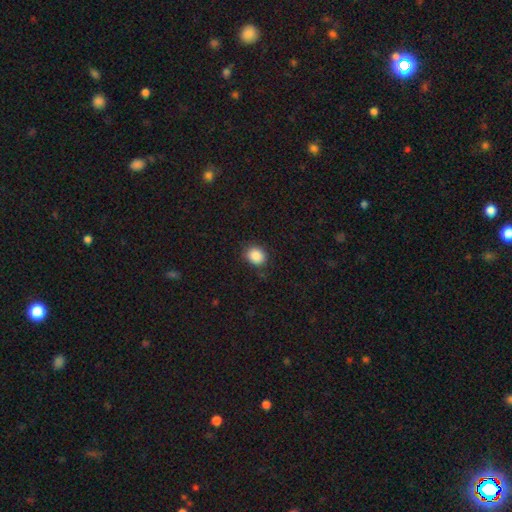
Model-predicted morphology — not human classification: This is clearly a smooth galaxy (88%). How rounded: likely round (60%). Merging: clearly none (84%).